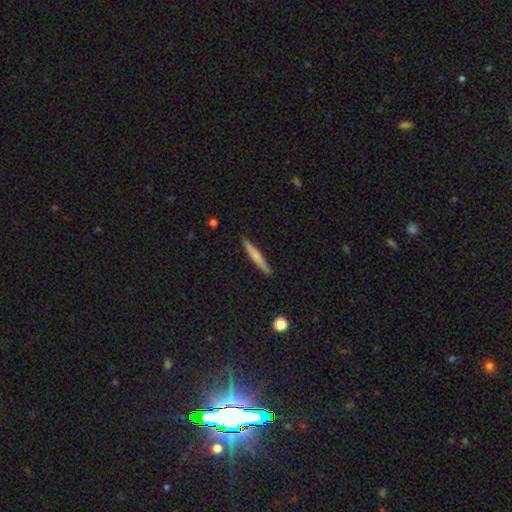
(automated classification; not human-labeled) Smooth or featured? Predicted: smooth (p=0.64). How rounded? Predicted: cigar-shaped (p=0.95). Merging? Predicted: none (p=0.90).